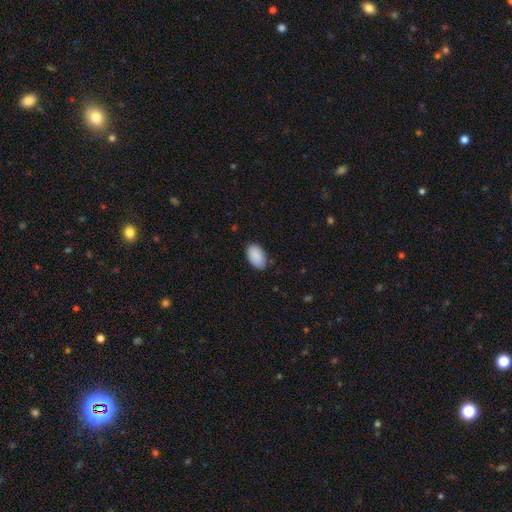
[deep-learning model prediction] Morphology: type=smooth (89%); roundness=in between (93%); merging=none (76%).